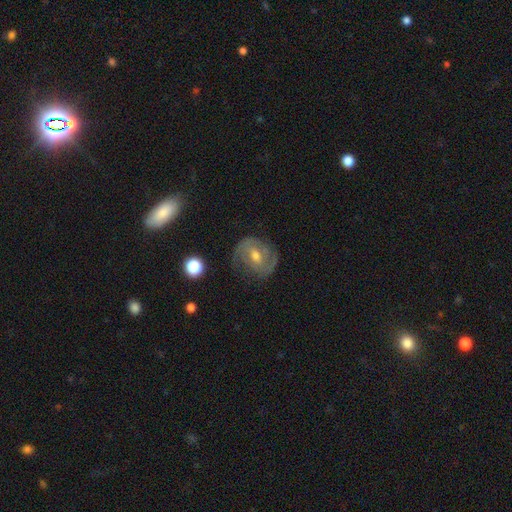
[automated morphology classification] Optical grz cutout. It shows a featured or disk galaxy (80%) with a weak bar (49%), 2 (77%) tight (47%) spiral arms (92%) and a moderate central bulge (66%). Merging: none (76%).